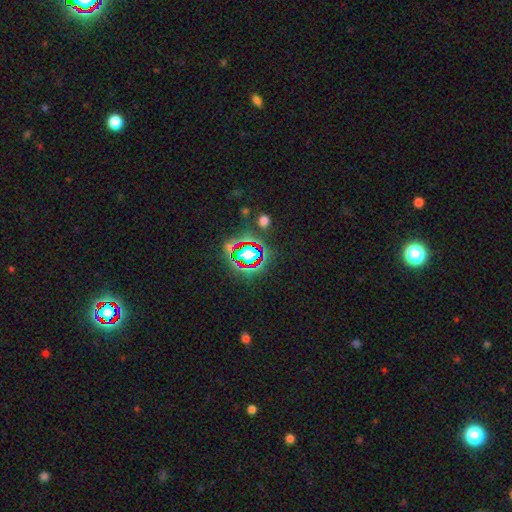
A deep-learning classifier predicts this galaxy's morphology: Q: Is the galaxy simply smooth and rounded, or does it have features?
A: star or artifact — 81%.